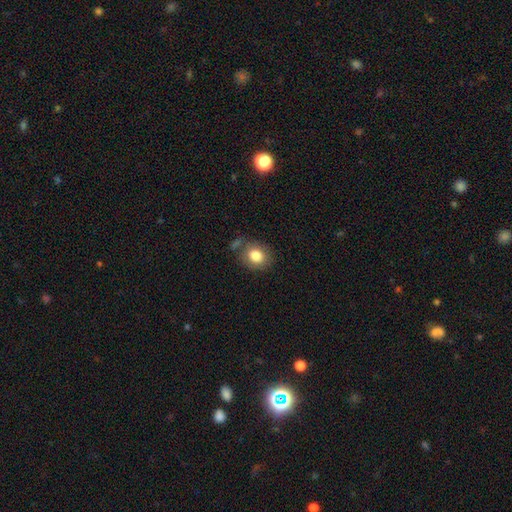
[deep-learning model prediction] This appears to be a smooth galaxy with no disk features (82%) that is round (58%). Merging: none (71%).